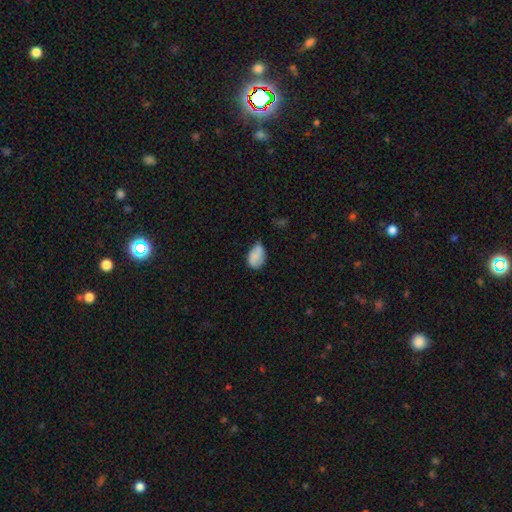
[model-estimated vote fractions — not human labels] Smooth or featured? Predicted: smooth (p=0.77). How rounded? Predicted: in between (p=0.85). Merging? Predicted: minor disturbance (p=0.42).